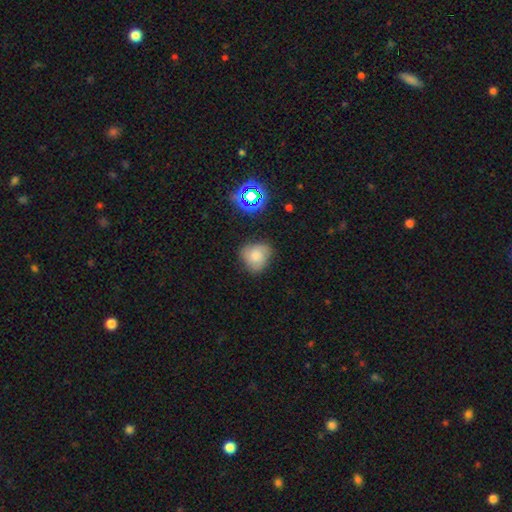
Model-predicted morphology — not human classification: Smooth or featured? smooth (70%)
How rounded? round (66%)
Merging? none (61%)